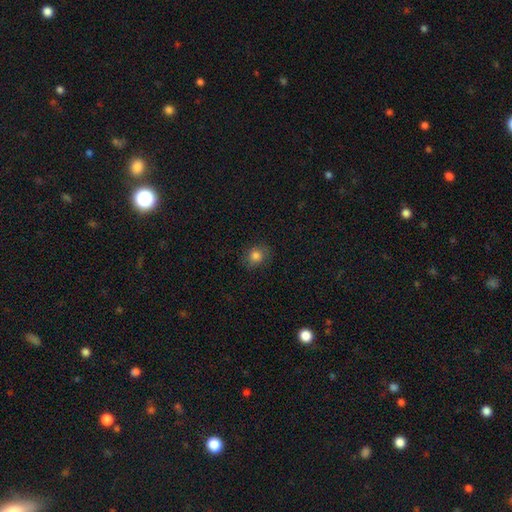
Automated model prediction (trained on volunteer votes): Morphology: type=smooth (81%); roundness=round (63%); merging=none (83%).